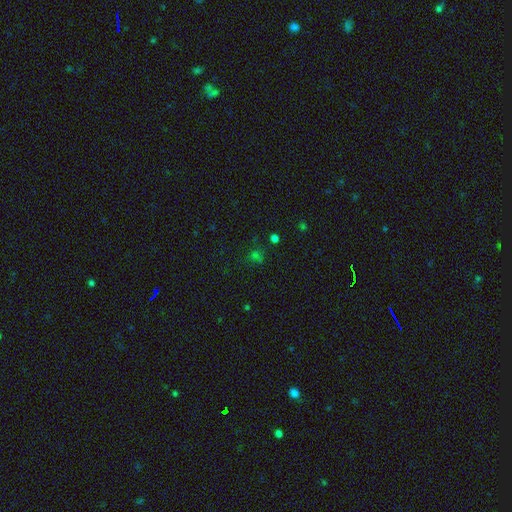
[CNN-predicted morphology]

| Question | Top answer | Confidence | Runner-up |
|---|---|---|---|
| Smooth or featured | star or artifact | 49% | smooth (43%) |